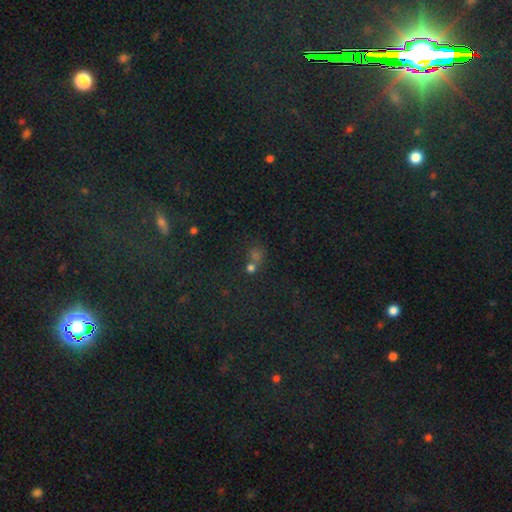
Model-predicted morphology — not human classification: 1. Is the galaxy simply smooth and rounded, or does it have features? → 47% star or artifact, 42% smooth, 10% featured or disk.